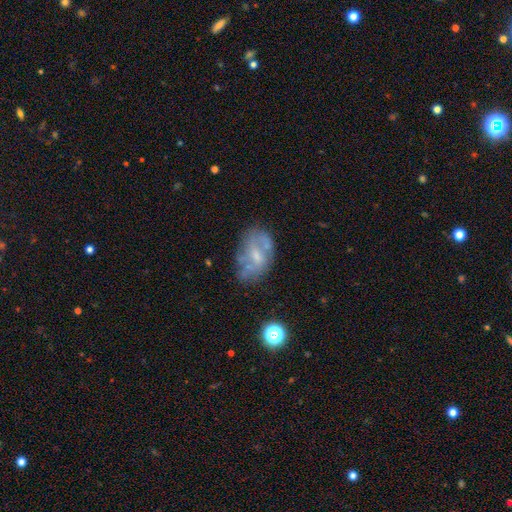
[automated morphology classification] Smooth or featured?
  - featured or disk: 59% *
  - smooth: 31%
  - star or artifact: 10%
Edge-on disk?
  - no: 96% *
  - yes: 4%
Bar?
  - no: 54% *
  - weak: 38%
  - strong: 8%
Spiral arms?
  - yes: 50% * (tied)
  - no: 50% * (tied)
Bulge size?
  - small: 49% *
  - moderate: 30%
  - none: 17%
  - large: 2%
  - dominant: 1%
Merging?
  - none: 55% *
  - minor disturbance: 25%
  - major disturbance: 14%
  - merger: 7%